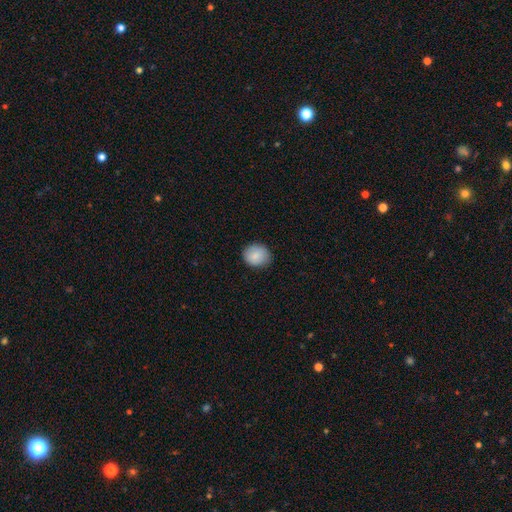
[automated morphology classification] This is clearly a smooth galaxy (87%). How rounded: likely round (71%). Merging: clearly none (84%).